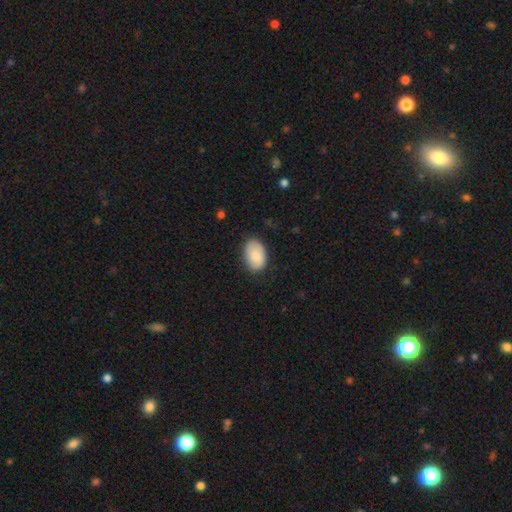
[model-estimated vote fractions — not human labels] smooth 86%, featured or disk 8%, star or artifact 6%. Down the decision tree: how rounded — in between (91%); merging — none (78%).